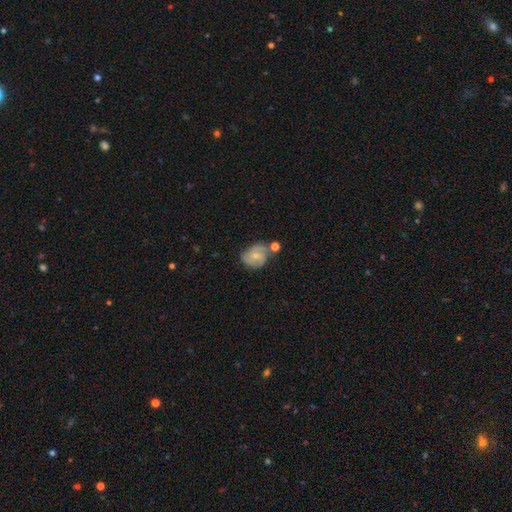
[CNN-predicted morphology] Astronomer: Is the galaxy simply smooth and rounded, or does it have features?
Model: featured or disk — 59%.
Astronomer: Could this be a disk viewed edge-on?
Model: no — 97%.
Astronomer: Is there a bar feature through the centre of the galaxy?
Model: no — 67%.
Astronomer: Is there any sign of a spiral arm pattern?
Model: yes — 86%.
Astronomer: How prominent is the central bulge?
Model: small — 56% (runner-up: moderate, 39%).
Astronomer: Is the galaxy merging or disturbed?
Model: none — 49% (runner-up: minor disturbance, 25%).